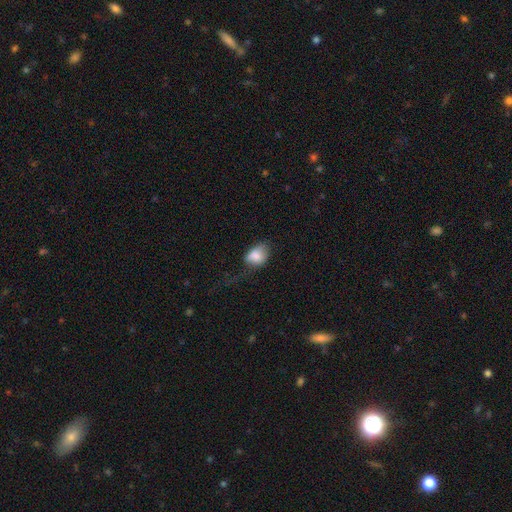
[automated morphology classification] Q: Smooth or featured?
A: smooth (80%); runner-up: featured or disk (12%)
Q: How rounded?
A: in between (71%); runner-up: round (27%)
Q: Merging?
A: major disturbance (38%); runner-up: minor disturbance (30%)